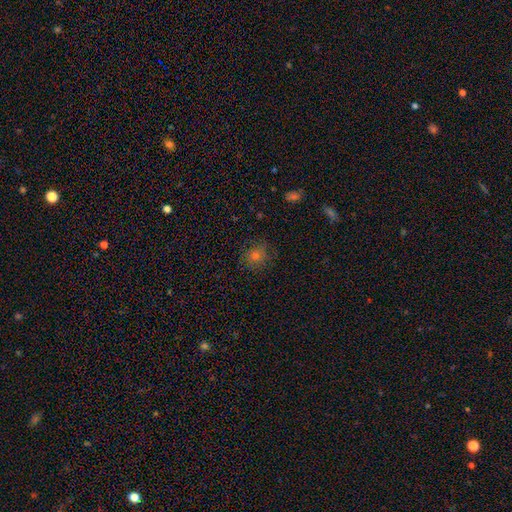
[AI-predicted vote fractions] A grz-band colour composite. It shows a smooth galaxy with no disk features (61%) that is round (85%). Merging: none (83%).